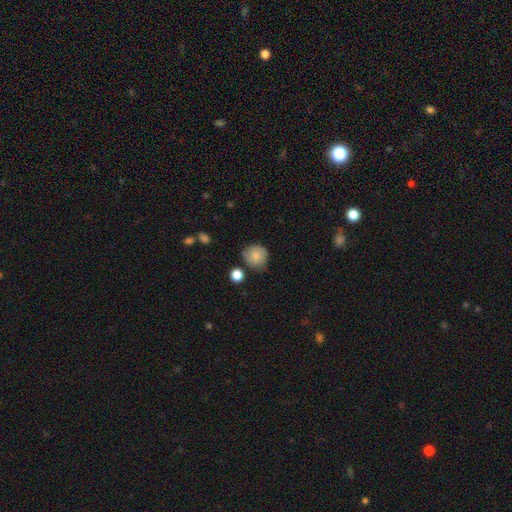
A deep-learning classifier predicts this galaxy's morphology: Smooth or featured?
  - smooth: 81% *
  - featured or disk: 11%
  - star or artifact: 8%
How rounded?
  - round: 86% *
  - in between: 13%
  - cigar-shaped: 1%
Merging?
  - none: 71% *
  - minor disturbance: 21%
  - major disturbance: 4%
  - merger: 4%